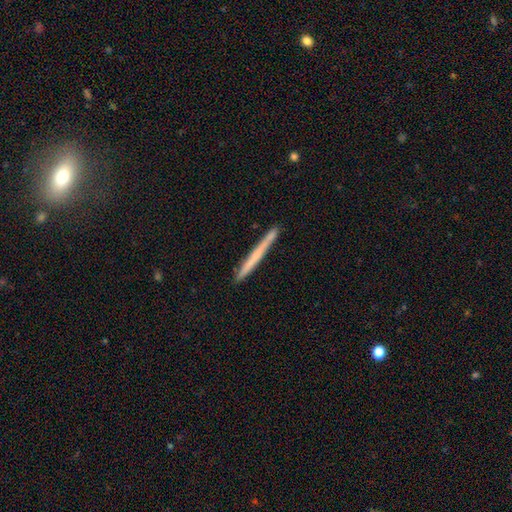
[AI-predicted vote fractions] smooth-or-featured: smooth: 56% | featured or disk: 38% | star or artifact: 6%
  how-rounded: cigar-shaped: 97% | in between: 1% | round: 1%
  merging: none: 89% | minor disturbance: 8% | merger: 2% | major disturbance: 1%